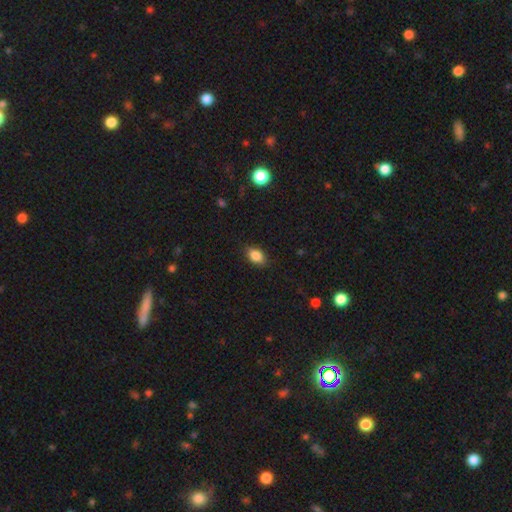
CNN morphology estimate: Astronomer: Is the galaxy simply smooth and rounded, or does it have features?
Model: smooth — 86%.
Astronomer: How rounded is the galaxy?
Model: in between — 85%.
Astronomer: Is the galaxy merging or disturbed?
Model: none — 84%.